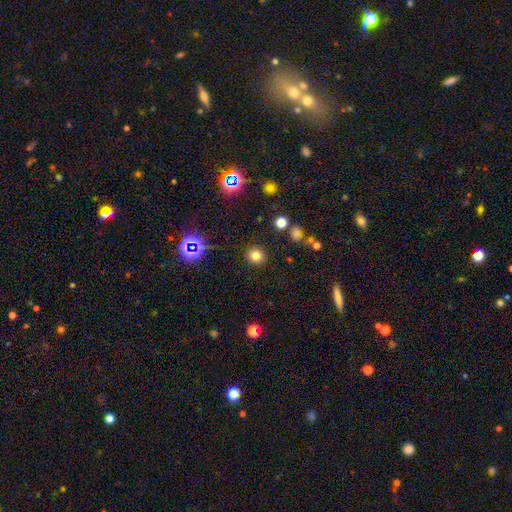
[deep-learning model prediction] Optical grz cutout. It shows a smooth galaxy with no disk features (76%) that is round (90%). Merging: none (90%).